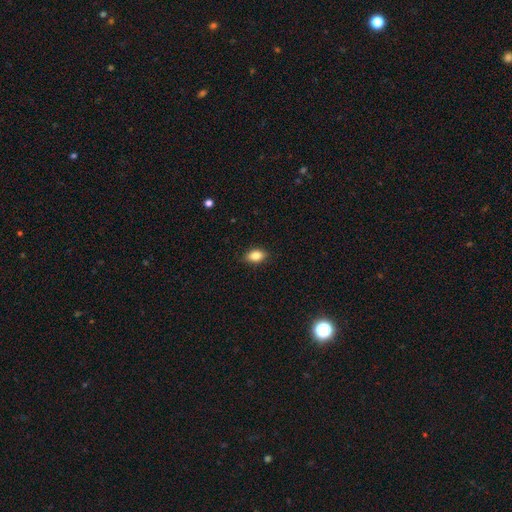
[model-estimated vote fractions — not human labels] This is clearly a smooth galaxy (85%). How rounded: clearly in between (83%). Merging: clearly none (87%).